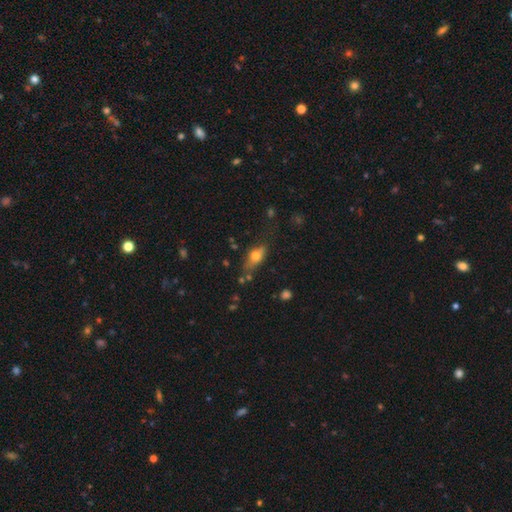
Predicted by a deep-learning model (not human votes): Smooth or featured: smooth — 66% (featured or disk — 24%)
How rounded: in between — 74% (cigar-shaped — 17%)
Merging: none — 59% (minor disturbance — 25%)